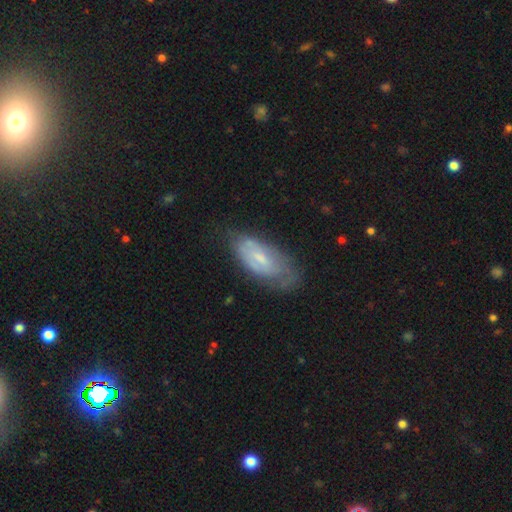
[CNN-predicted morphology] Smooth or featured?
  - featured or disk: 55% *
  - smooth: 37%
  - star or artifact: 8%
Edge-on disk?
  - no: 89% *
  - yes: 11%
Merging?
  - none: 56% *
  - minor disturbance: 30%
  - major disturbance: 12%
  - merger: 2%